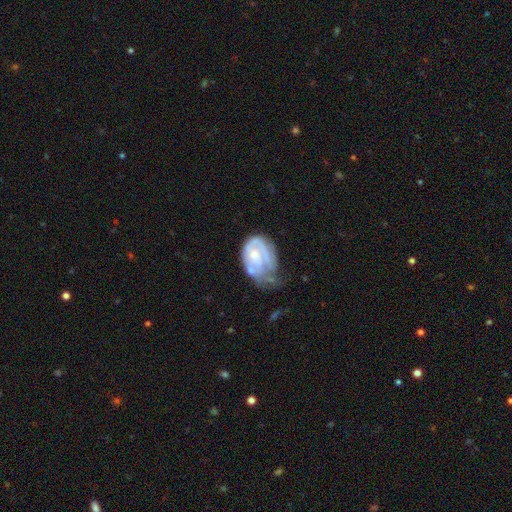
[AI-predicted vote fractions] Morphology: type=featured or disk (69%); edge-on=no (97%); bar=no (73%); spiral arms=yes (71%); bulge=small (50%); merging=major disturbance (36%).